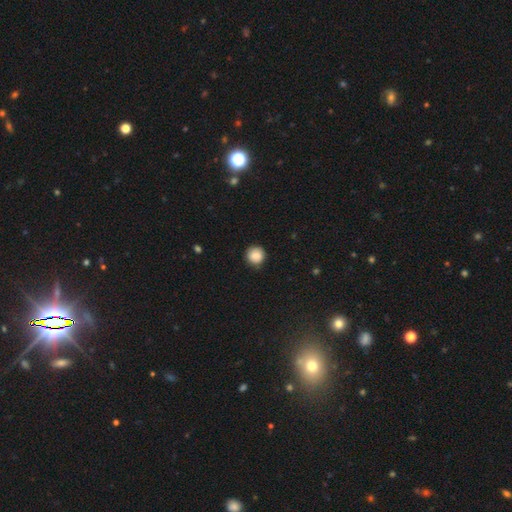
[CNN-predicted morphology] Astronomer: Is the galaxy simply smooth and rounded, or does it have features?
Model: smooth — 86%.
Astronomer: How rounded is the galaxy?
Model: round — 94%.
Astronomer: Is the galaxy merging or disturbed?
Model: none — 86%.